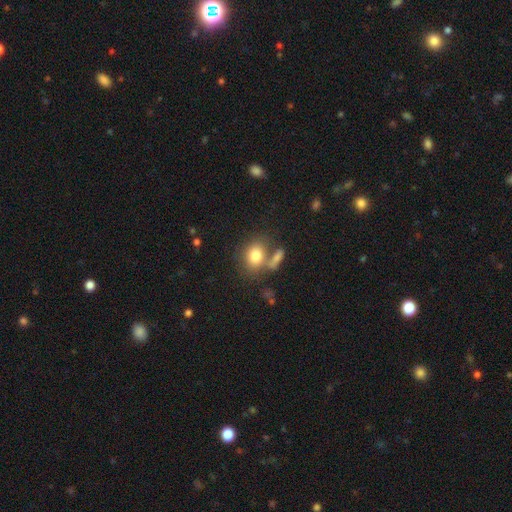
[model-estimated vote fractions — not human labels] Morphology: type=smooth (79%); roundness=in between (55%); merging=none (51%).